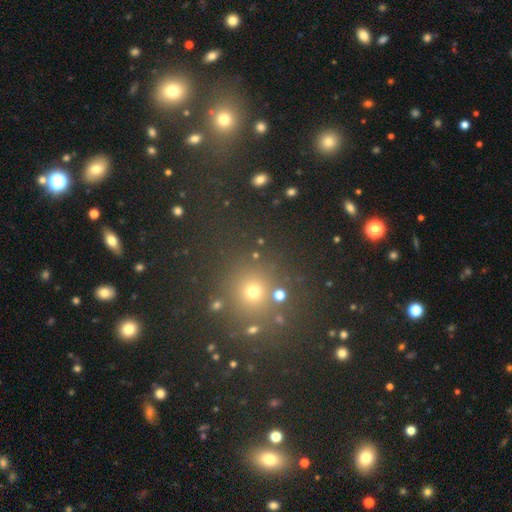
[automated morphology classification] Smooth or featured?
  - smooth: 55% *
  - star or artifact: 37%
  - featured or disk: 8%
How rounded?
  - round: 91% *
  - in between: 8%
  - cigar-shaped: 1%
Merging?
  - none: 80% *
  - minor disturbance: 8%
  - merger: 7%
  - major disturbance: 5%